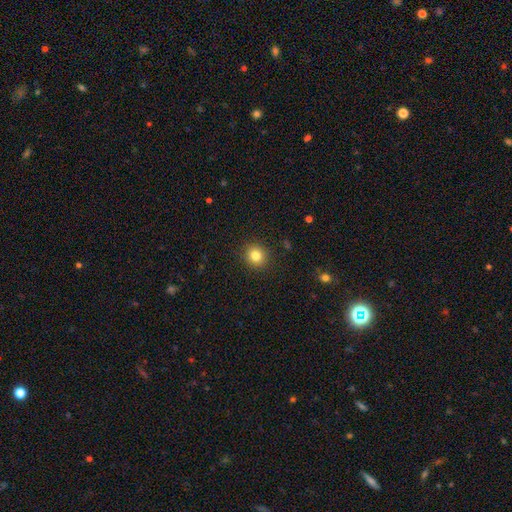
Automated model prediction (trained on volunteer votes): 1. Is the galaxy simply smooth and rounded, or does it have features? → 82% smooth, 12% star or artifact, 6% featured or disk.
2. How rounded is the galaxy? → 90% round, 9% in between, 1% cigar-shaped.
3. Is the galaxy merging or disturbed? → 91% none, 6% minor disturbance, 2% major disturbance, 1% merger.